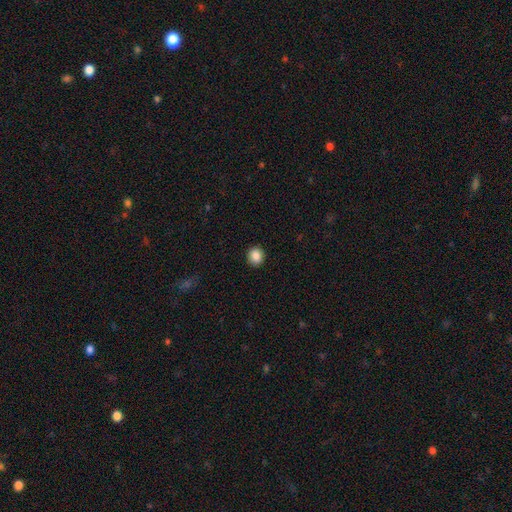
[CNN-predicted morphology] This appears to be a smooth galaxy with no disk features (87%) that is round (84%). Merging: none (92%).